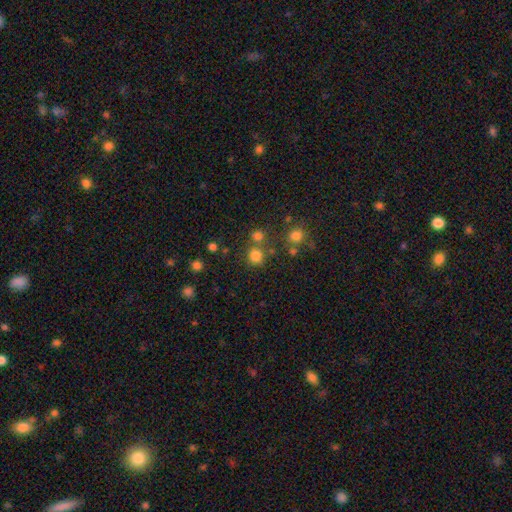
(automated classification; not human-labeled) A smooth galaxy with no disk features (77%) that is round (86%).

Vote fractions:
- Smooth or featured? smooth: 77% / star or artifact: 17% / featured or disk: 6%
- How rounded? round: 86% / in between: 13% / cigar-shaped: 1%
- Merging? none: 69% / merger: 18% / minor disturbance: 9% / major disturbance: 4%